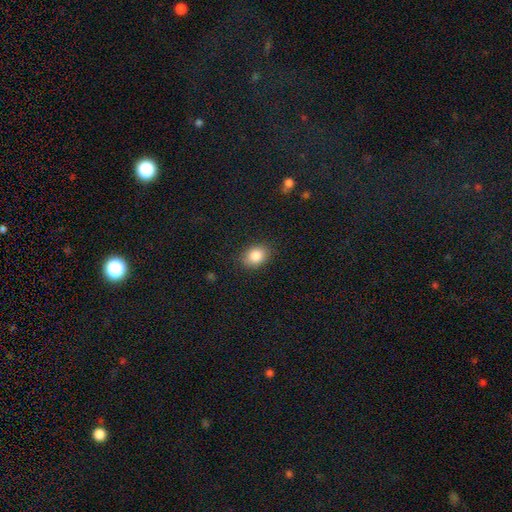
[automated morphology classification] Smooth or featured? smooth (85%)
How rounded? in between (67%)
Merging? none (85%)